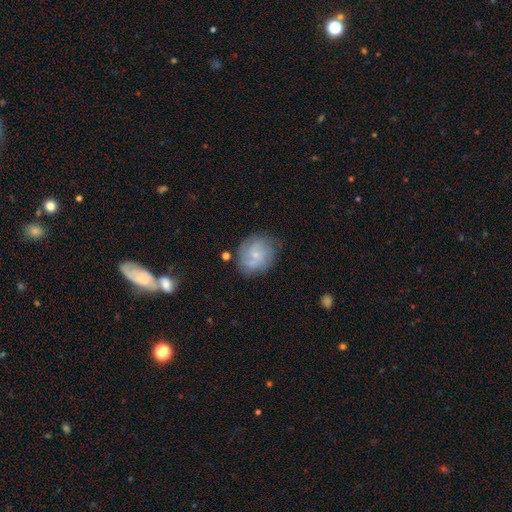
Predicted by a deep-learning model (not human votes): Smooth or featured?
  - featured or disk: 52% *
  - smooth: 40%
  - star or artifact: 9%
Edge-on disk?
  - no: 97% *
  - yes: 3%
Bar?
  - no: 68% *
  - weak: 28%
  - strong: 4%
Spiral arms?
  - yes: 74% *
  - no: 26%
Bulge size?
  - small: 74% *
  - moderate: 16%
  - none: 8%
  - large: 1%
  - dominant: 1%
Merging?
  - none: 66% *
  - minor disturbance: 20%
  - major disturbance: 7%
  - merger: 6%